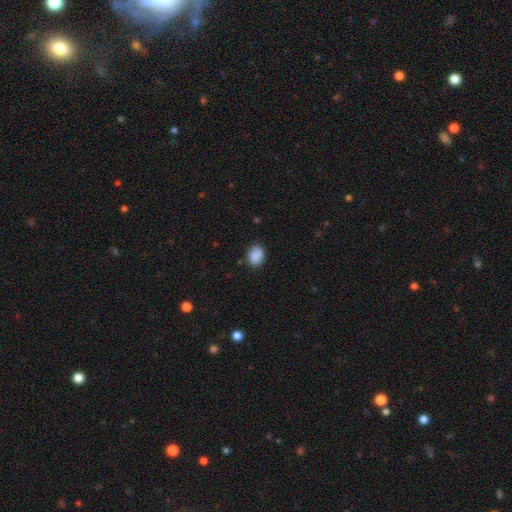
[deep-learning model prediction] smooth-or-featured: smooth: 89% | star or artifact: 8% | featured or disk: 4%
  how-rounded: in between: 68% | round: 31% | cigar-shaped: 1%
  merging: none: 82% | minor disturbance: 14% | major disturbance: 3% | merger: 1%